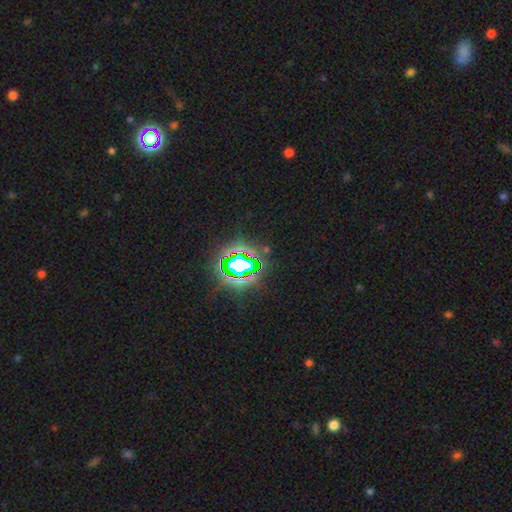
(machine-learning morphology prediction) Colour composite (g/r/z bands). It shows a star or artifact, not a galaxy (84%).